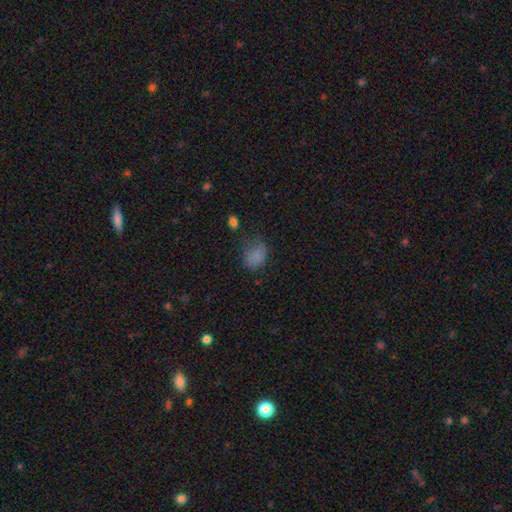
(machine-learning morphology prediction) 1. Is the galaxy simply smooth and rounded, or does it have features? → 79% smooth, 14% star or artifact, 7% featured or disk.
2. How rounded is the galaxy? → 66% in between, 32% round, 1% cigar-shaped.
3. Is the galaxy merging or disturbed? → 54% none, 29% minor disturbance, 14% major disturbance, 3% merger.